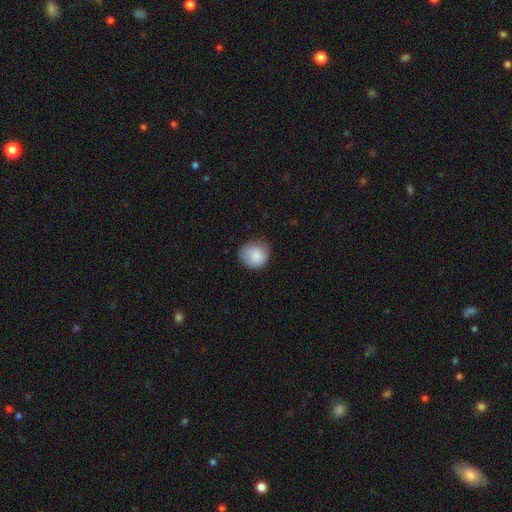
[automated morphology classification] Smooth or featured?
  - smooth: 82% *
  - featured or disk: 11%
  - star or artifact: 7%
How rounded?
  - round: 84% *
  - in between: 15%
  - cigar-shaped: 1%
Merging?
  - none: 70% *
  - minor disturbance: 24%
  - major disturbance: 5%
  - merger: 1%